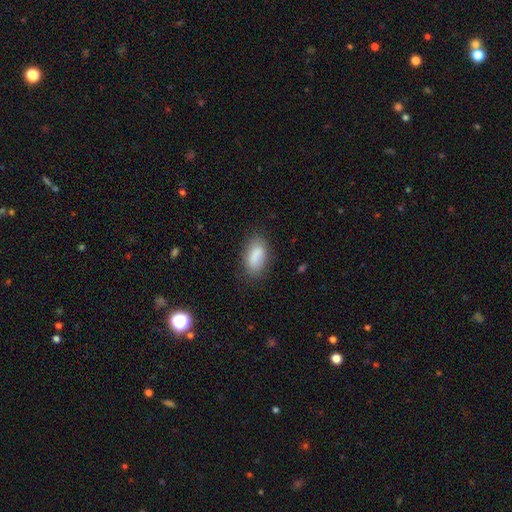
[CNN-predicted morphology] Overall: smooth (84%). How rounded: in between (91%). Merging: none (76%).